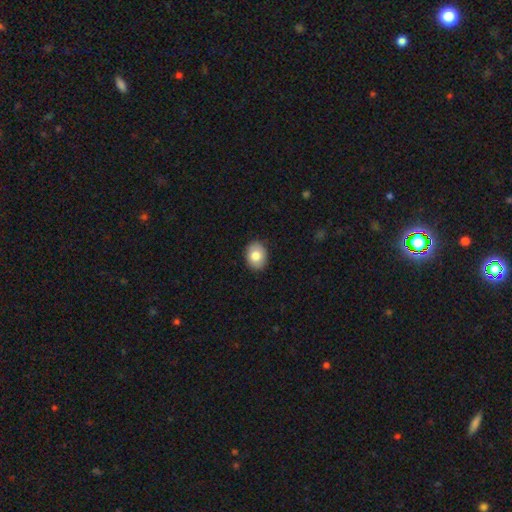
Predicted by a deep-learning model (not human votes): Morphology: type=smooth (81%); roundness=in between (63%); merging=none (89%).